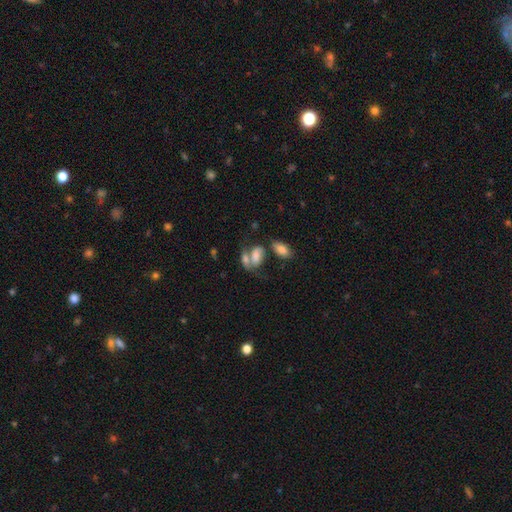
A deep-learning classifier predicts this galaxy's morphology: smooth_or_featured: smooth (p=0.68) [alt: featured or disk p=0.22]
how_rounded: in between (p=0.88) [alt: round p=0.08]
merging: merger (p=0.48) [alt: none p=0.28]